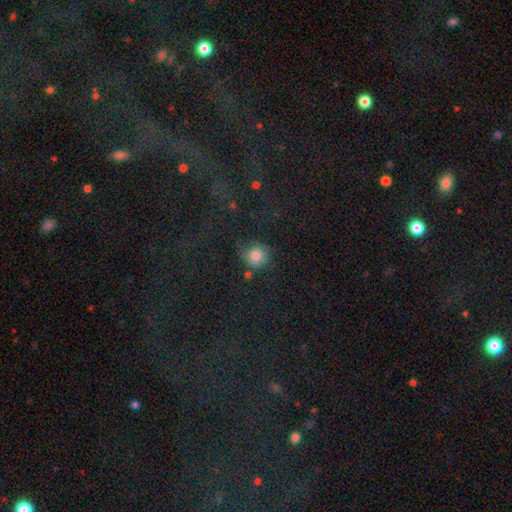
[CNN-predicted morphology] Smooth or featured?
  - smooth: 79% *
  - star or artifact: 12%
  - featured or disk: 9%
How rounded?
  - round: 88% *
  - in between: 11%
  - cigar-shaped: 1%
Merging?
  - none: 62% *
  - minor disturbance: 22%
  - major disturbance: 11%
  - merger: 5%